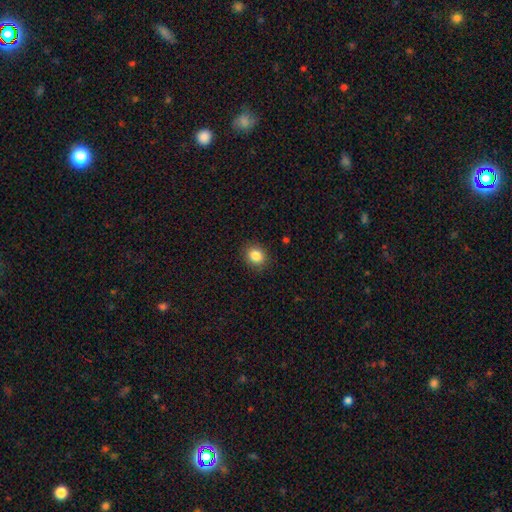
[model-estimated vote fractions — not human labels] Smooth or featured: smooth — 85% (star or artifact — 10%)
How rounded: round — 74% (in between — 25%)
Merging: none — 90% (minor disturbance — 7%)